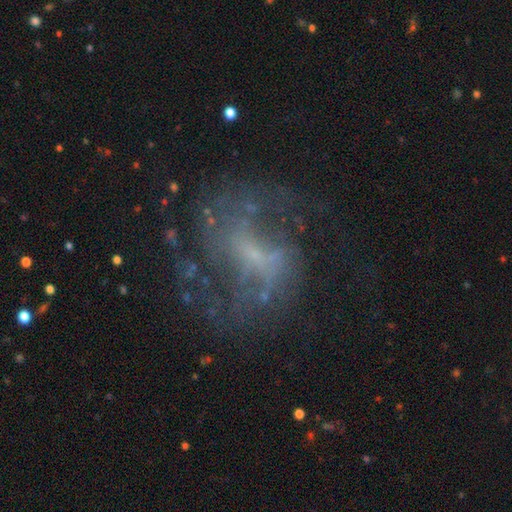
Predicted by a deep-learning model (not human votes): Smooth or featured: featured or disk — 72% (star or artifact — 15%)
Edge-on disk: no — 97% (yes — 3%)
Bar: weak — 45% (no — 39%)
Spiral arms: yes — 73% (no — 27%)
Spiral winding: loose — 50% (medium — 37%)
Spiral arm count: 2 — 60% (can't tell — 23%)
Bulge size: small — 52% (none — 30%)
Merging: none — 59% (major disturbance — 22%)